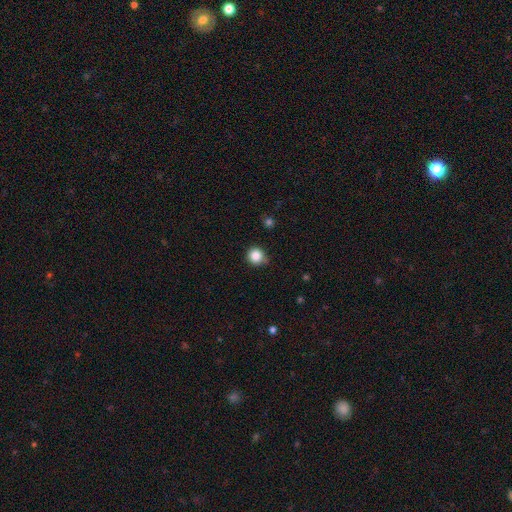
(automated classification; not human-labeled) A smooth galaxy with no disk features (85%) that is round (92%).

Vote fractions:
- Smooth or featured? smooth: 85% / star or artifact: 11% / featured or disk: 4%
- How rounded? round: 92% / in between: 7% / cigar-shaped: 1%
- Merging? none: 77% / minor disturbance: 17% / major disturbance: 3% / merger: 3%